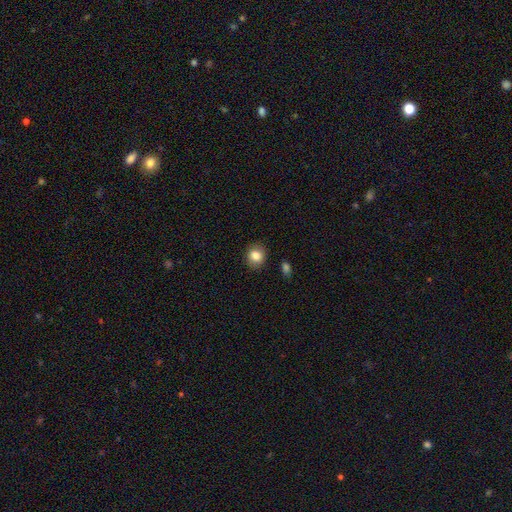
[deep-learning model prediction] smooth 82%, star or artifact 9%, featured or disk 8%. Down the decision tree: how rounded — round (74%); merging — none (87%).